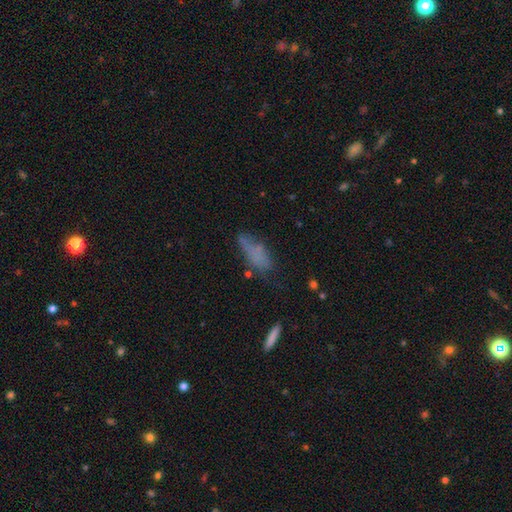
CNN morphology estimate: Smooth or featured? smooth (63%)
How rounded? in between (59%)
Merging? none (48%)